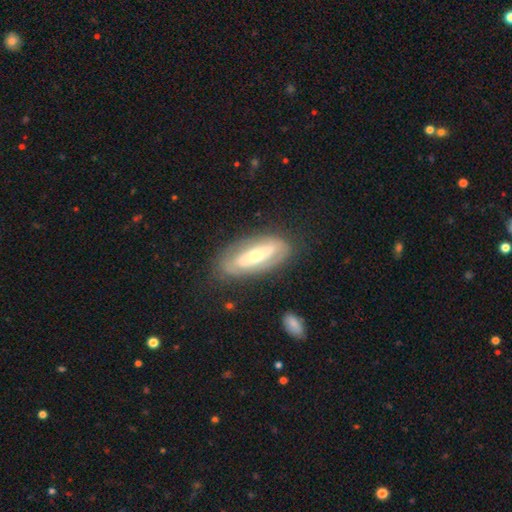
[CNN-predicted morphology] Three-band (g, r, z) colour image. It shows a featured or disk galaxy (67%) with a strong bar (39%), no spiral arms (54%) and a moderate central bulge (54%). Merging: none (77%).